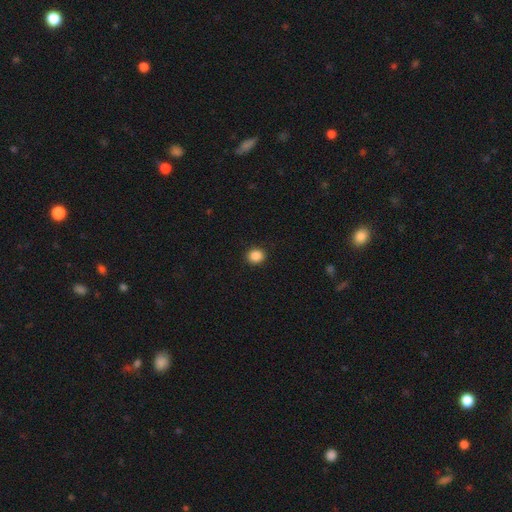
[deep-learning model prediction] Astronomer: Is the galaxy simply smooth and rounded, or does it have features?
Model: smooth — 87%.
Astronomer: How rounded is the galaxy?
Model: round — 77%.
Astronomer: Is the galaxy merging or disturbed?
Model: none — 92%.